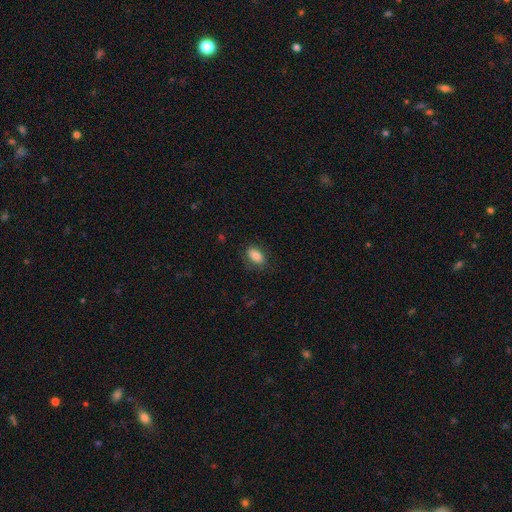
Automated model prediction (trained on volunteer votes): Smooth or featured: smooth — 82% (featured or disk — 10%)
How rounded: in between — 89% (round — 7%)
Merging: none — 78% (minor disturbance — 16%)